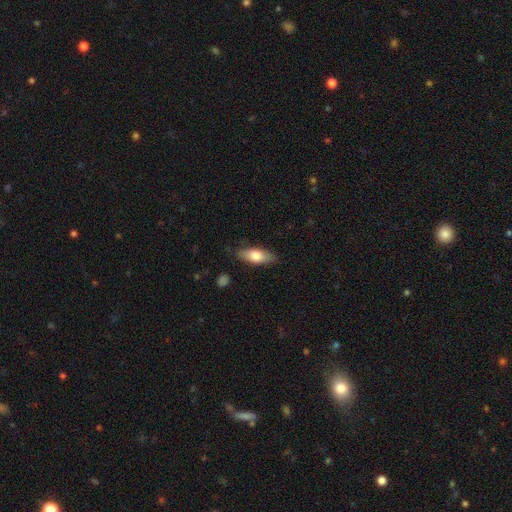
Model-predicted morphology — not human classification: Smooth or featured? smooth (75%)
How rounded? in between (73%)
Merging? none (84%)